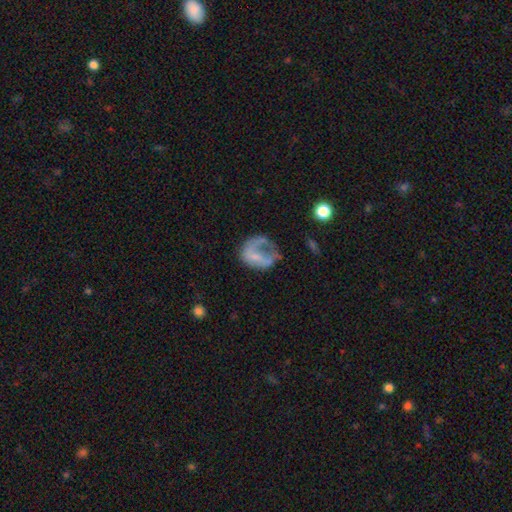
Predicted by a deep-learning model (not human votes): A featured or disk galaxy (45%). Merging: major disturbance (46%).